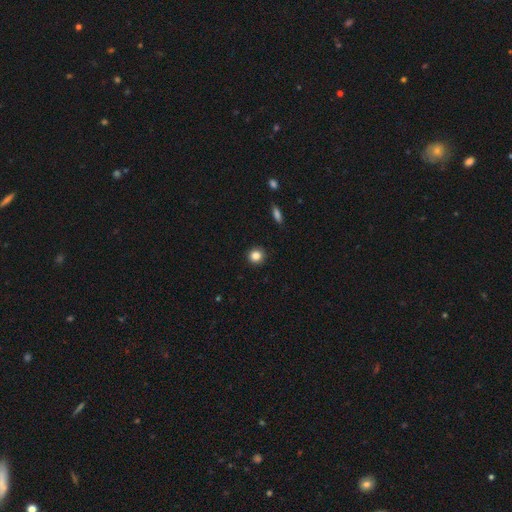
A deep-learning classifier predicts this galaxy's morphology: The model was most divided on "smooth or featured": smooth: 84%, star or artifact: 11%, featured or disk: 5%. More confident: how rounded — round (92%); merging — none (92%).